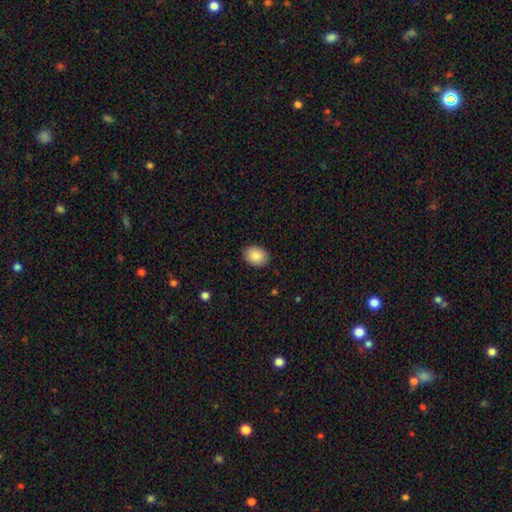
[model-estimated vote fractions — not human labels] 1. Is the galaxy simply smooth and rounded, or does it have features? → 89% smooth, 7% star or artifact, 4% featured or disk.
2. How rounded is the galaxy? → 69% in between, 30% round, 1% cigar-shaped.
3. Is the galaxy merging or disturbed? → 89% none, 8% minor disturbance, 2% major disturbance, 1% merger.